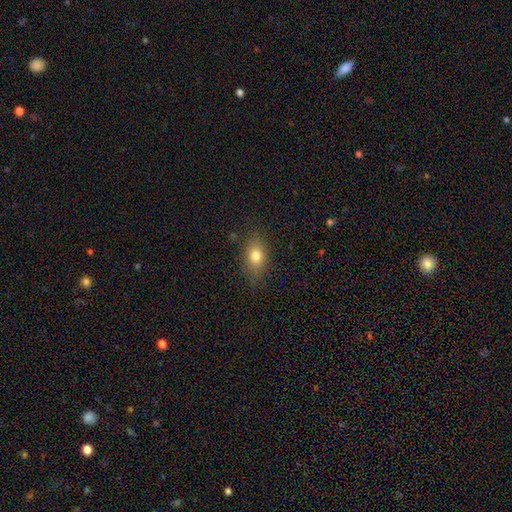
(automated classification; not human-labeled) smooth 78%, featured or disk 11%, star or artifact 10%. Down the decision tree: how rounded — in between (78%); merging — none (80%).